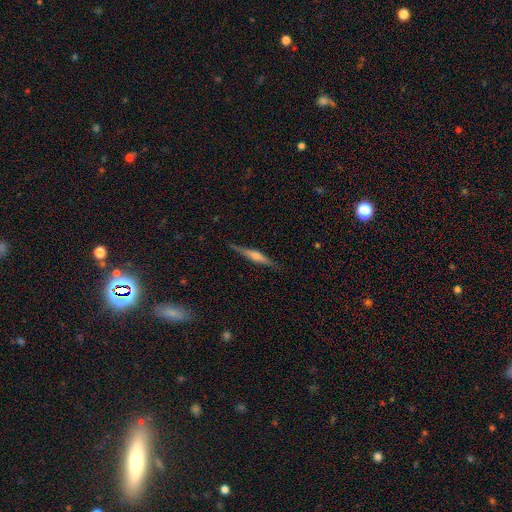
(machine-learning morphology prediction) Smooth or featured: featured or disk — 71% (smooth — 23%)
Edge-on disk: yes — 98% (no — 2%)
Edge-on bulge: rounded — 74% (boxy — 17%)
Merging: none — 87% (minor disturbance — 9%)